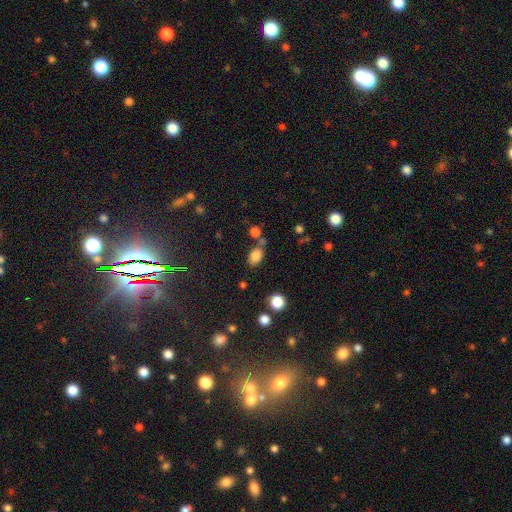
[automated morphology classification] Smooth or featured? smooth (82%)
How rounded? in between (84%)
Merging? none (65%)